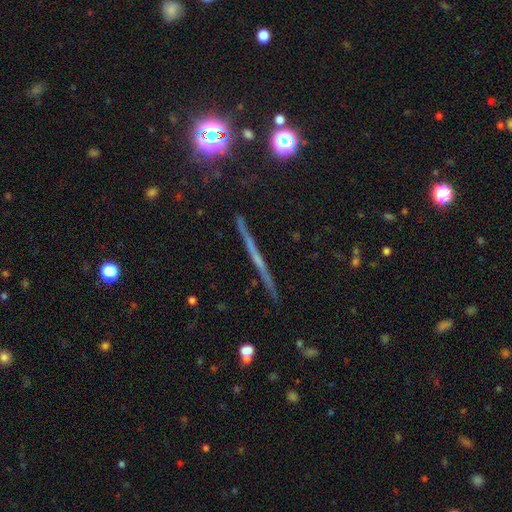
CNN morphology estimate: Q: Smooth or featured?
A: featured or disk (66%); runner-up: smooth (20%)
Q: Edge-on disk?
A: yes (97%); runner-up: no (3%)
Q: Edge-on bulge?
A: none (64%); runner-up: rounded (29%)
Q: Merging?
A: none (91%); runner-up: minor disturbance (6%)